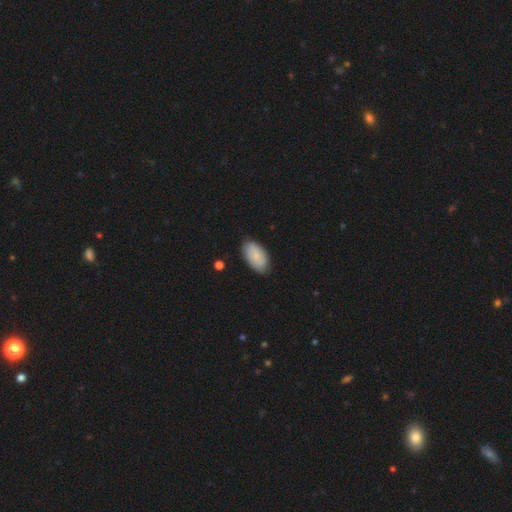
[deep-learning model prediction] Overall: smooth (76%). How rounded: in between (95%). Merging: none (80%).